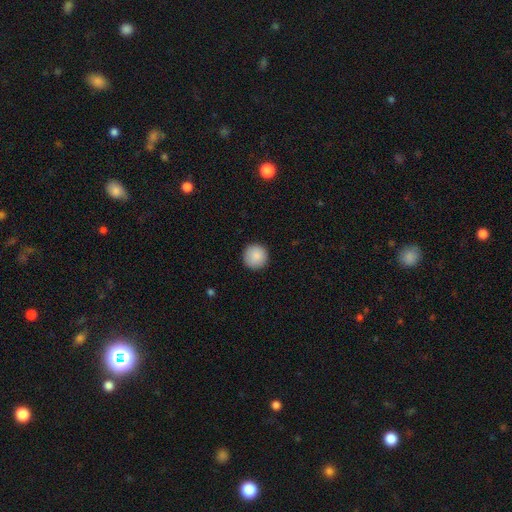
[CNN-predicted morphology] This is clearly a smooth galaxy (89%). How rounded: clearly round (96%). Merging: clearly none (93%).